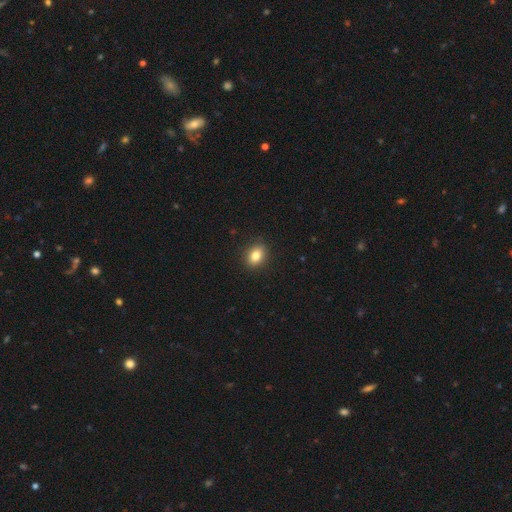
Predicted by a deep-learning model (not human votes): Morphology: type=smooth (83%); roundness=in between (63%); merging=none (88%).